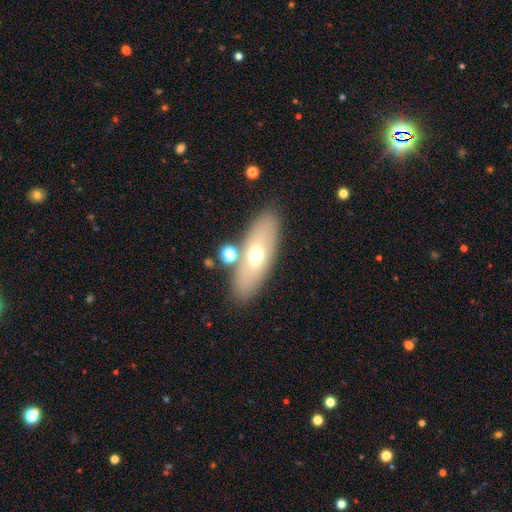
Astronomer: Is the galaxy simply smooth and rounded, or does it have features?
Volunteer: smooth — 55% (runner-up: featured or disk, 32%).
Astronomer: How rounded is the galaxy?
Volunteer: in between — 82%.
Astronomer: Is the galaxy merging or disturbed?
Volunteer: none — 80%.